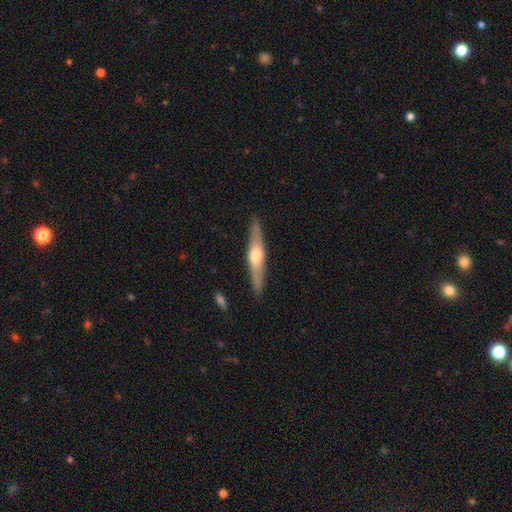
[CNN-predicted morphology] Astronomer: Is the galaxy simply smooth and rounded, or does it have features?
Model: featured or disk — 64%.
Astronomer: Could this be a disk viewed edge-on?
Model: yes — 95%.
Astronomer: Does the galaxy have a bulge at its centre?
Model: rounded — 91%.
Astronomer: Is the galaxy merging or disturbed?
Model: none — 89%.